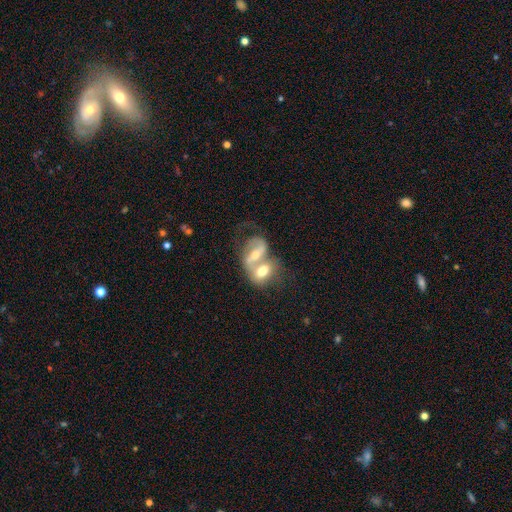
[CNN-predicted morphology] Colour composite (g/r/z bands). It shows a featured or disk galaxy (64%) with no bar (38%), spiral arms (66%) and a moderate central bulge (64%). Merging: merger (77%).